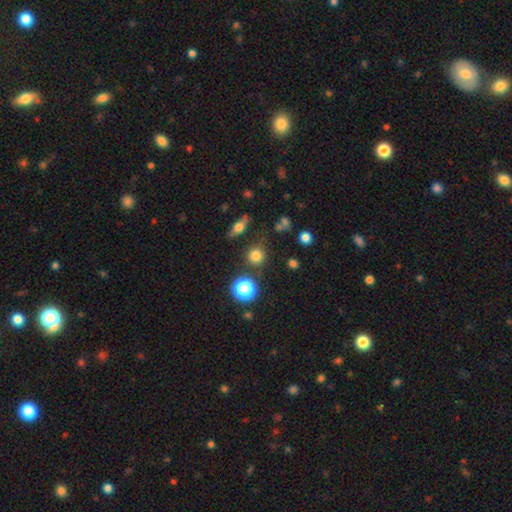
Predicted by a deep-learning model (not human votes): Overall: smooth (74%). How rounded: round (90%). Merging: none (83%).